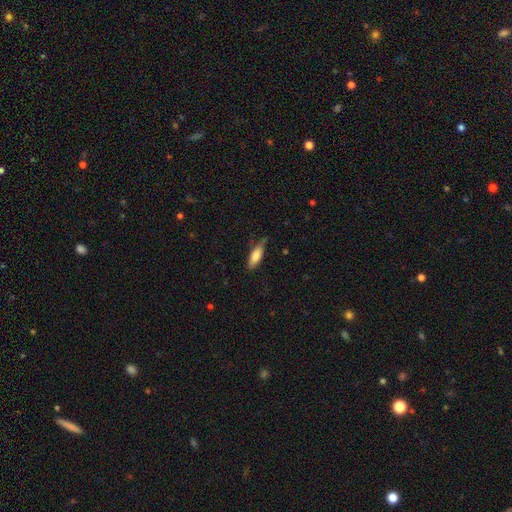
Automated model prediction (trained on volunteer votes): Smooth or featured? Predicted: smooth (p=0.76). How rounded? Predicted: in between (p=0.57). Merging? Predicted: none (p=0.63).